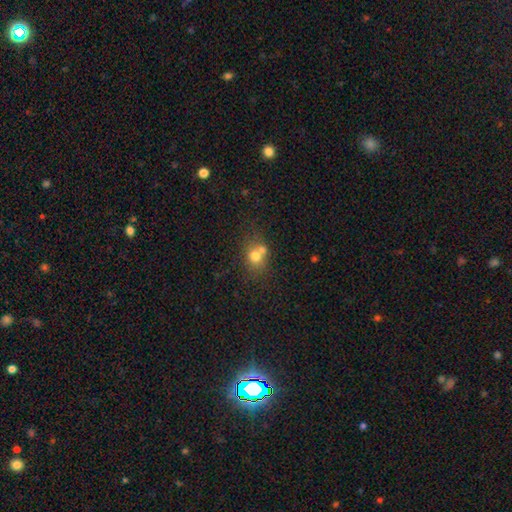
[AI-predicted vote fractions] smooth 70%, featured or disk 17%, star or artifact 13%. Down the decision tree: how rounded — round (66%); merging — merger (44%).